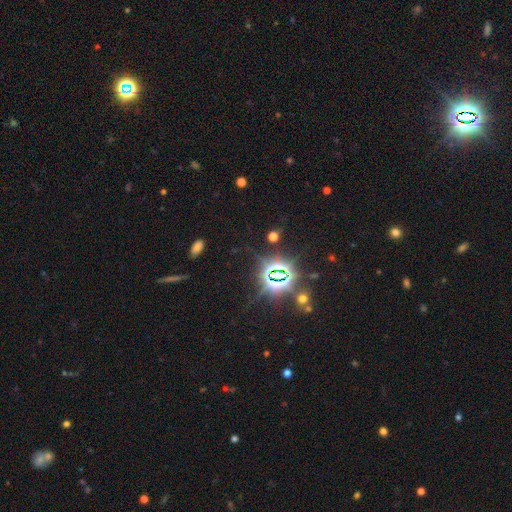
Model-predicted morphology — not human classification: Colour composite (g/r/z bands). It shows a star or artifact, not a galaxy (82%).